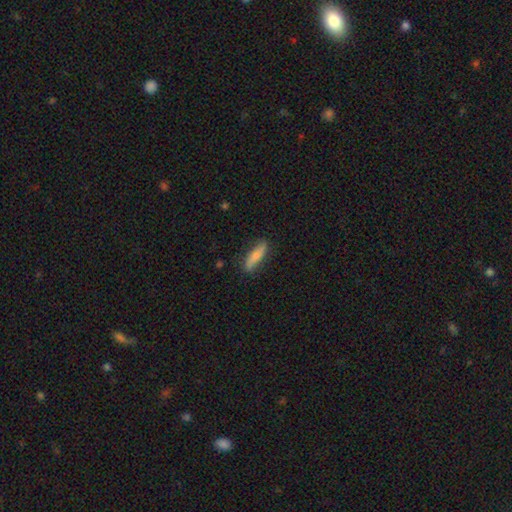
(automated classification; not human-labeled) Smooth or featured: smooth — 67% (featured or disk — 27%)
How rounded: cigar-shaped — 73% (in between — 24%)
Merging: none — 82% (minor disturbance — 14%)